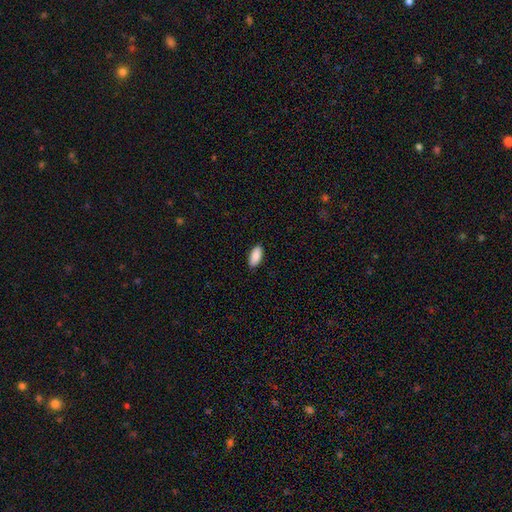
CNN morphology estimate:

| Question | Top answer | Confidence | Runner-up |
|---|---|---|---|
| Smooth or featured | smooth | 90% | star or artifact (6%) |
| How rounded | in between | 89% | cigar-shaped (9%) |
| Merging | none | 89% | minor disturbance (8%) |